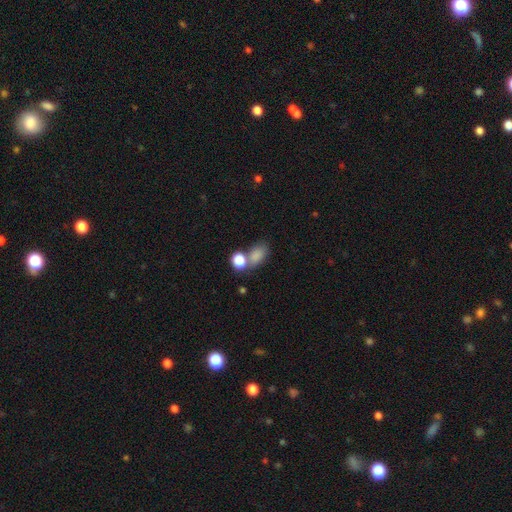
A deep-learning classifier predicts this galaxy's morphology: Smooth or featured? Predicted: smooth (p=0.81). How rounded? Predicted: in between (p=0.78). Merging? Predicted: none (p=0.46).